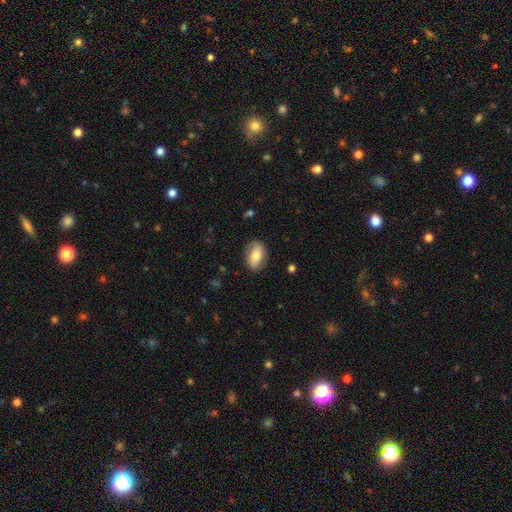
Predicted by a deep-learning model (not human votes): A smooth galaxy with no disk features (66%) that is in between round and cigar-shaped (87%). Merging: none (82%).